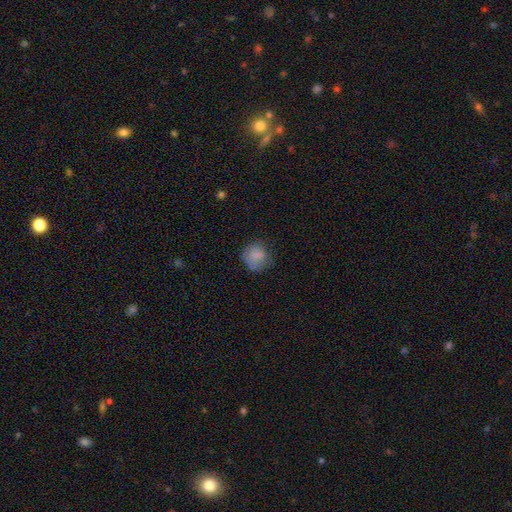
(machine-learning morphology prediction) Smooth or featured?
  - smooth: 81% *
  - star or artifact: 10%
  - featured or disk: 10%
How rounded?
  - round: 82% *
  - in between: 17%
  - cigar-shaped: 1%
Merging?
  - none: 64% *
  - minor disturbance: 23%
  - major disturbance: 11%
  - merger: 2%